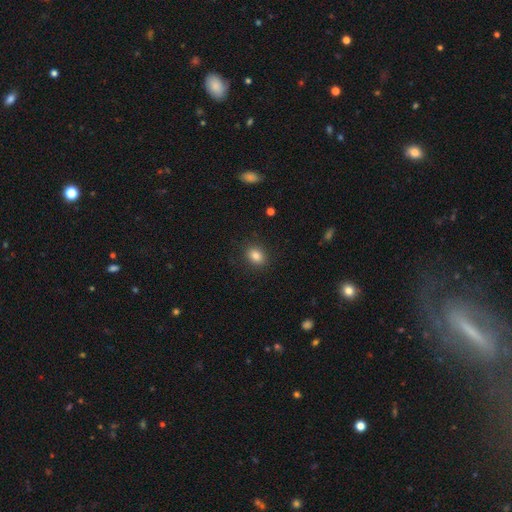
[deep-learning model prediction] Overall: smooth (84%). How rounded: in between (61%; round 38%). Merging: none (87%).